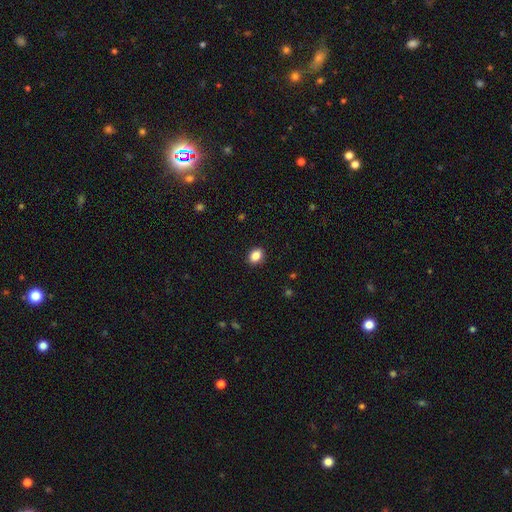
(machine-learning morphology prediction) Smooth or featured? smooth (87%)
How rounded? in between (60%)
Merging? none (90%)